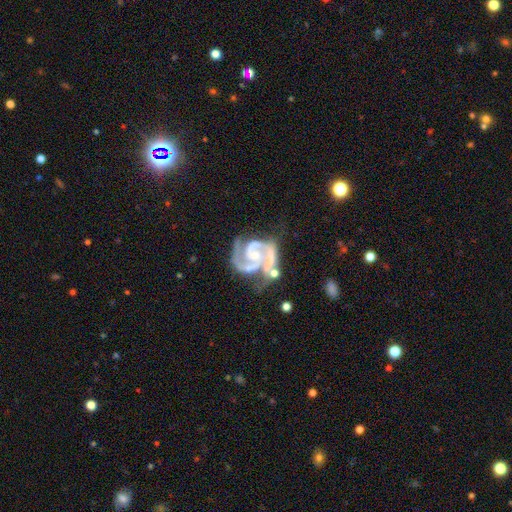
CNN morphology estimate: smooth_or_featured: featured or disk (p=0.93) [alt: star or artifact p=0.04]
disk_edge_on: no (p=0.98) [alt: yes p=0.02]
bar: no (p=0.56) [alt: weak p=0.30]
has_spiral_arms: yes (p=0.98) [alt: no p=0.02]
spiral_winding: tight (p=0.50) [alt: medium p=0.45]
spiral_arm_count: 2 (p=0.77) [alt: 3 p=0.15]
bulge_size: small (p=0.64) [alt: moderate p=0.29]
merging: none (p=0.46) [alt: minor disturbance p=0.24]